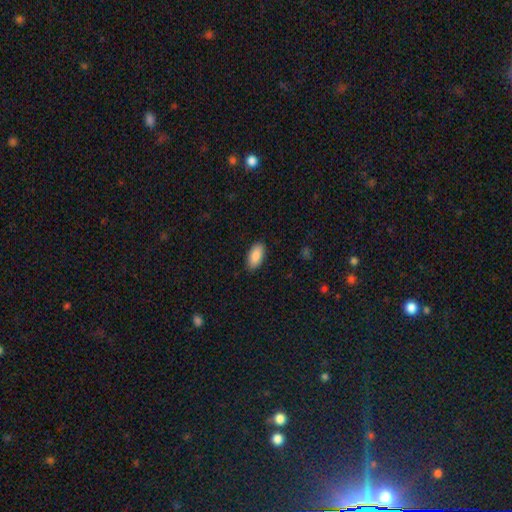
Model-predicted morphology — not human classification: smooth 88%, star or artifact 6%, featured or disk 6%. Down the decision tree: how rounded — in between (93%); merging — none (89%).